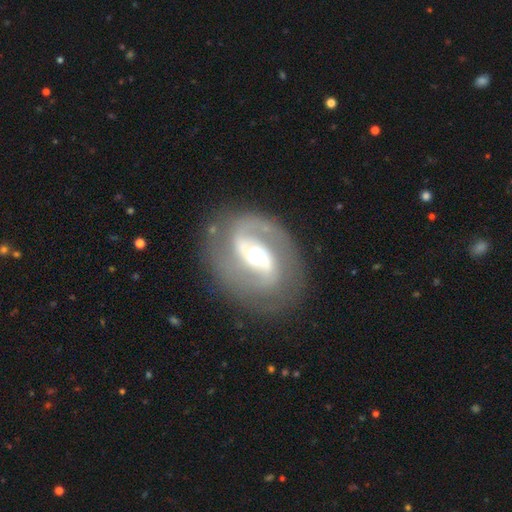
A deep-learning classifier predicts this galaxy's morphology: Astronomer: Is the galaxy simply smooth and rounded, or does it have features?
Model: featured or disk — 87%.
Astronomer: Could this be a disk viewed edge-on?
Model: no — 97%.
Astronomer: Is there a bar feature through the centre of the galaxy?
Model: weak — 42% (runner-up: strong, 33%).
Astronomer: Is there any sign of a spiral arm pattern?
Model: yes — 94%.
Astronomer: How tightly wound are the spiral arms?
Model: medium — 53%.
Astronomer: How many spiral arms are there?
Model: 2 — 90%.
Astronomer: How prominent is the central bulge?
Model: moderate — 64%.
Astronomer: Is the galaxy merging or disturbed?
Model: none — 78%.